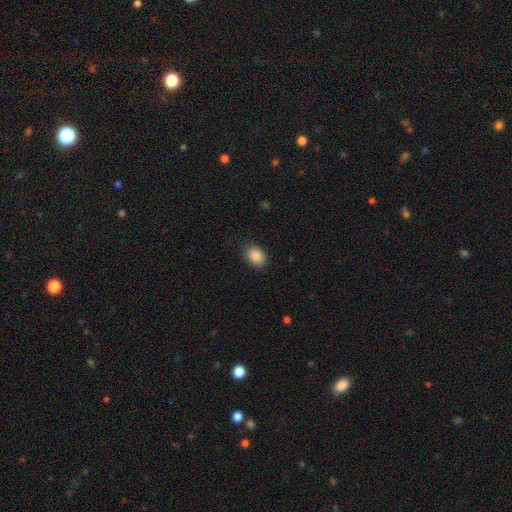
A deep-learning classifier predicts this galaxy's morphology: smooth 88%, star or artifact 8%, featured or disk 4%. Down the decision tree: how rounded — in between (71%); merging — none (86%).